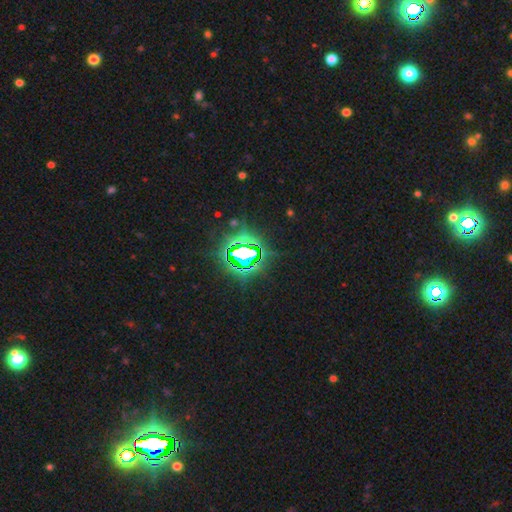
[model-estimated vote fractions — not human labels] smooth_or_featured: star or artifact (p=0.83) [alt: smooth p=0.10]